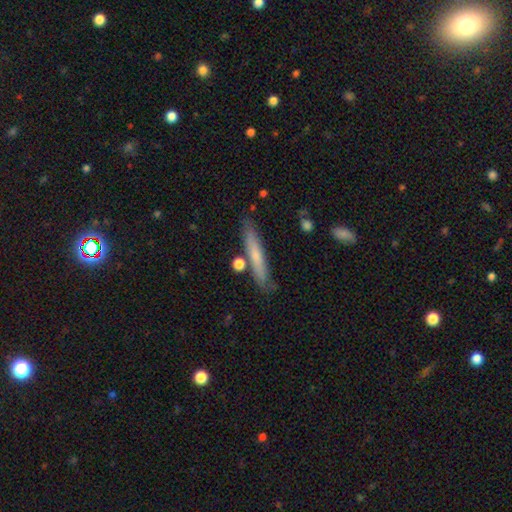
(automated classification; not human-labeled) Smooth or featured?
  - smooth: 63% *
  - featured or disk: 31%
  - star or artifact: 6%
How rounded?
  - cigar-shaped: 93% *
  - in between: 5%
  - round: 2%
Merging?
  - none: 81% *
  - minor disturbance: 11%
  - merger: 5%
  - major disturbance: 2%